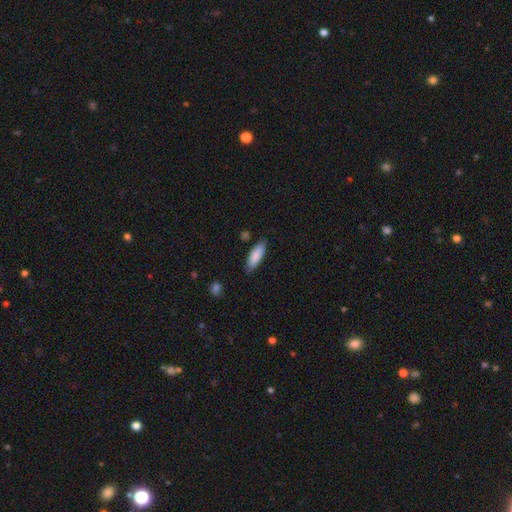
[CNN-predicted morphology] Smooth or featured? smooth (86%)
How rounded? in between (61%)
Merging? none (80%)